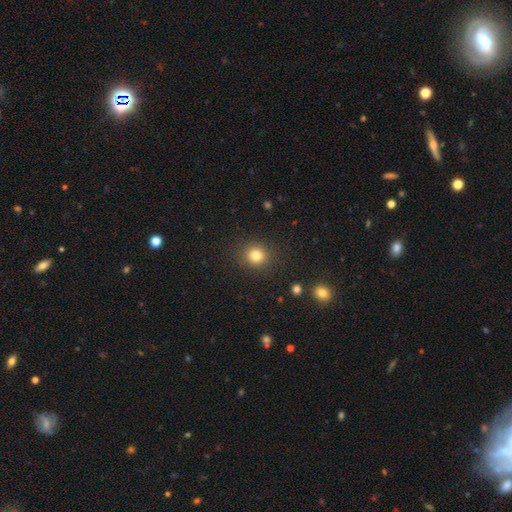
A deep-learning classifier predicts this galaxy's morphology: Smooth or featured? Predicted: smooth (p=0.81). How rounded? Predicted: round (p=0.87). Merging? Predicted: none (p=0.88).